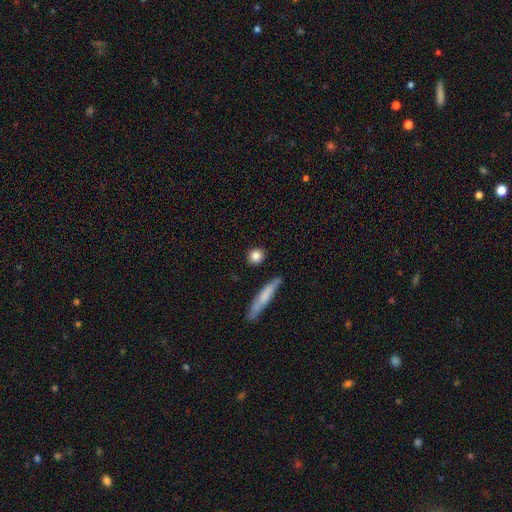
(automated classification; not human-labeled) smooth 83%, featured or disk 9%, star or artifact 8%. Down the decision tree: how rounded — round (75%); merging — none (88%).